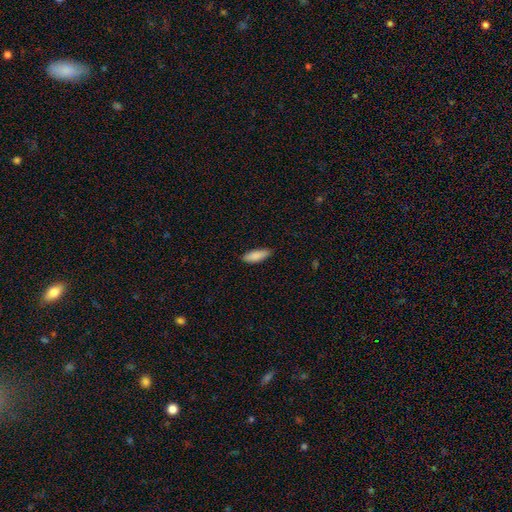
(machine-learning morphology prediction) Smooth or featured: smooth — 88% (featured or disk — 6%)
How rounded: in between — 63% (cigar-shaped — 35%)
Merging: none — 85% (minor disturbance — 12%)